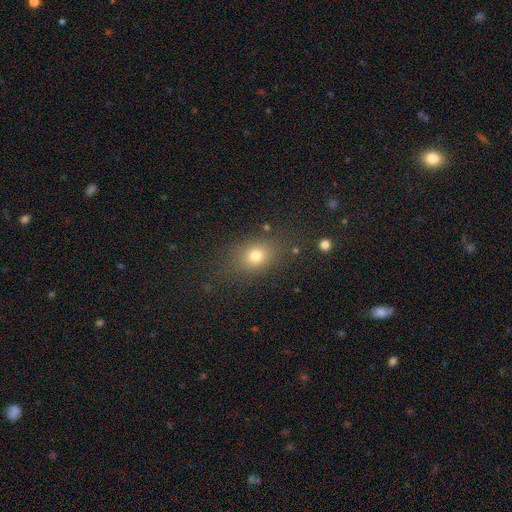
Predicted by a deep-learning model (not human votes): The model was most divided on "how rounded": in between: 57%, round: 41%, cigar-shaped: 2%. More confident: merging — none (80%); smooth or featured — smooth (74%).